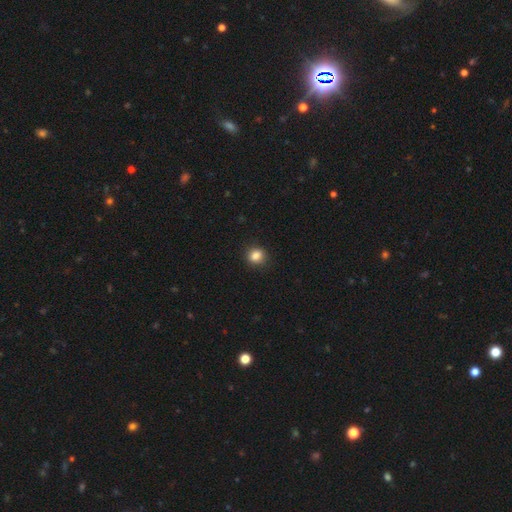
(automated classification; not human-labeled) This is clearly a smooth galaxy (85%). How rounded: likely round (70%). Merging: clearly none (87%).